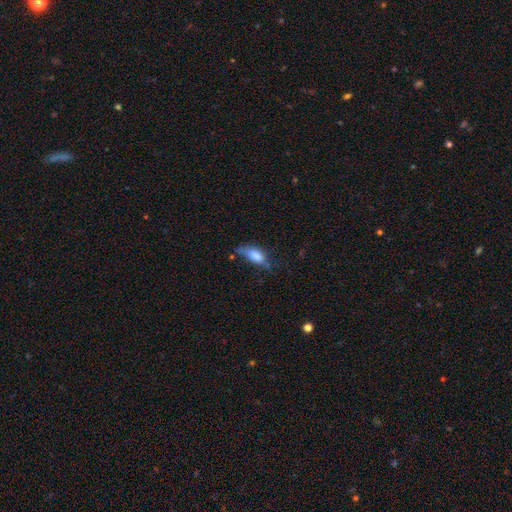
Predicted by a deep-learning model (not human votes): This appears to be a smooth galaxy with no disk features (74%) that is in between round and cigar-shaped (81%). Merging: none (37%, tied with minor disturbance).